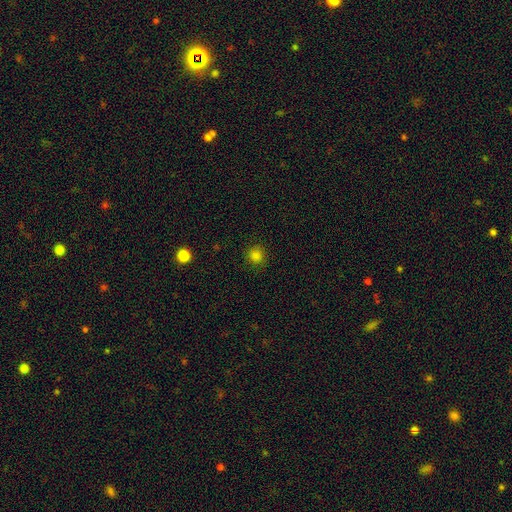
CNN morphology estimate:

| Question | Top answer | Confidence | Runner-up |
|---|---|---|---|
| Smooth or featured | smooth | 82% | star or artifact (15%) |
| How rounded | round | 92% | in between (7%) |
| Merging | none | 88% | minor disturbance (8%) |